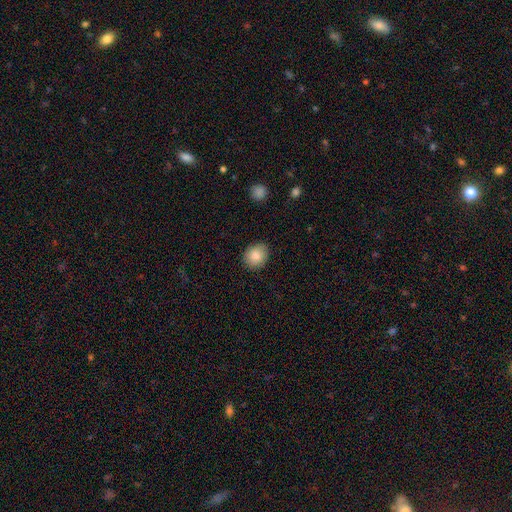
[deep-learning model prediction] This appears to be a smooth galaxy with no disk features (85%) that is round (61%). Merging: none (86%).